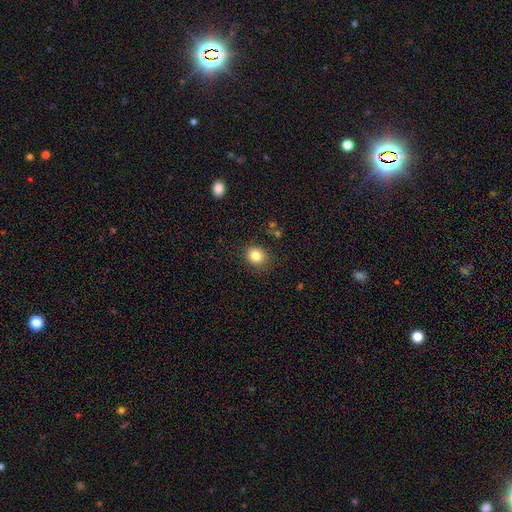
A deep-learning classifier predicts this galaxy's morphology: Smooth or featured? smooth (82%)
How rounded? round (76%)
Merging? none (85%)